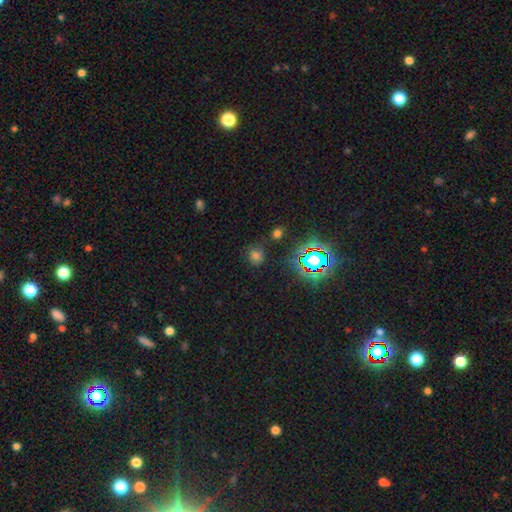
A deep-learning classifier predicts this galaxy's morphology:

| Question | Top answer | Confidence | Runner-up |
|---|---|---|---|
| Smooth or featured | smooth | 63% | star or artifact (30%) |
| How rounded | round | 81% | in between (18%) |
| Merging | none | 77% | minor disturbance (14%) |